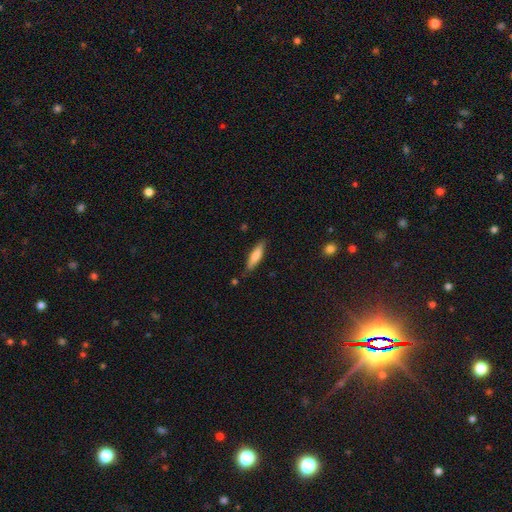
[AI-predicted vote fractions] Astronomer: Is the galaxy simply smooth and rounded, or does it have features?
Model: smooth — 73%.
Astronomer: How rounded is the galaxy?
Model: cigar-shaped — 73%.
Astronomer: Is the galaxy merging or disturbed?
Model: none — 82%.